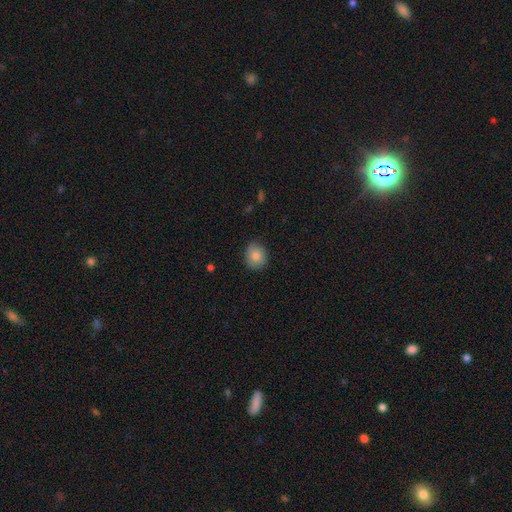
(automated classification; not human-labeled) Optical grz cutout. It shows a smooth galaxy with no disk features (85%) that is round (70%). Merging: none (83%).